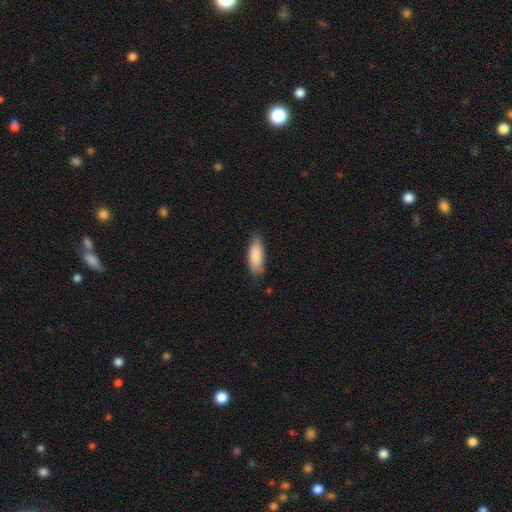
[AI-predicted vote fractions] Smooth or featured: smooth — 88% (featured or disk — 7%)
How rounded: in between — 76% (cigar-shaped — 23%)
Merging: none — 73% (minor disturbance — 22%)